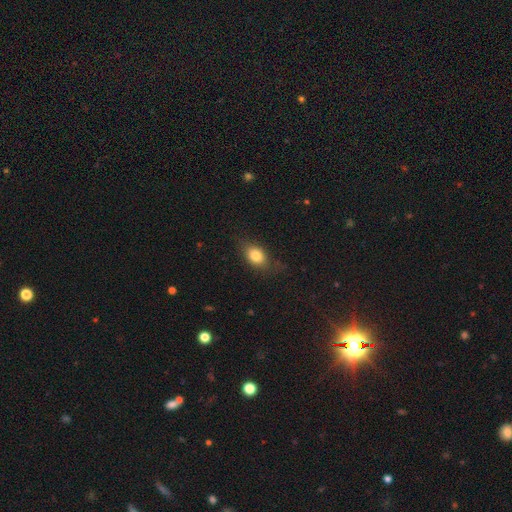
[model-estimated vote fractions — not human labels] Smooth or featured? smooth (80%)
How rounded? in between (74%)
Merging? none (73%)